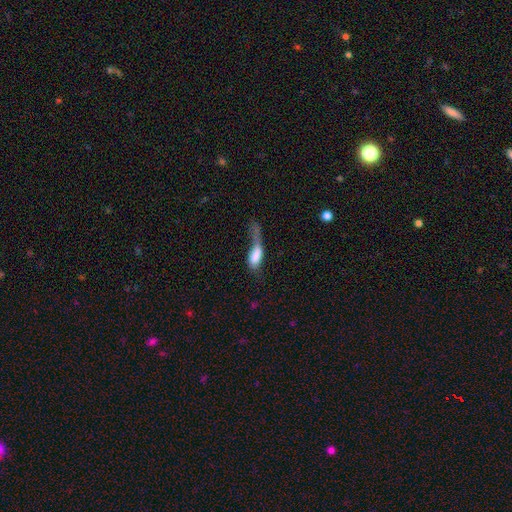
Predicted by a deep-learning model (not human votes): Morphology: type=smooth (68%); roundness=in between (76%); merging=major disturbance (58%).